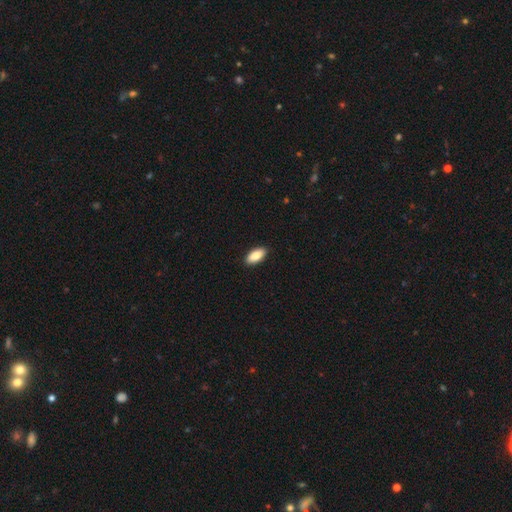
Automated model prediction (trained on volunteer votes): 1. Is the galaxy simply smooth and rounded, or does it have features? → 86% smooth, 8% featured or disk, 6% star or artifact.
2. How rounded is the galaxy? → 89% in between, 8% cigar-shaped, 2% round.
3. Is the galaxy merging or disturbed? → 91% none, 7% minor disturbance, 2% major disturbance, 1% merger.